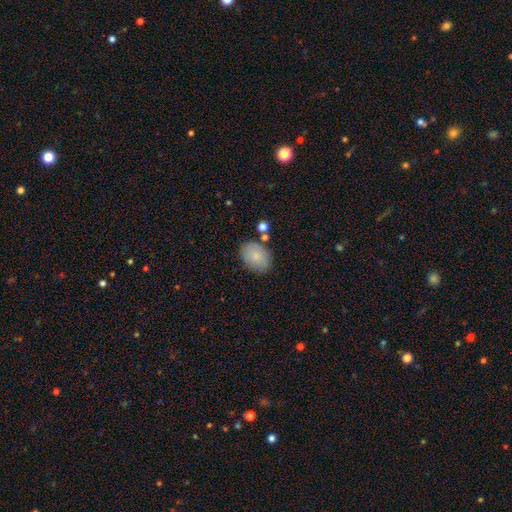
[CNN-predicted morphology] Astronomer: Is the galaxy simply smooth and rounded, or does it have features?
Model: smooth — 83%.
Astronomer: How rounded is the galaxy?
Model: in between — 76%.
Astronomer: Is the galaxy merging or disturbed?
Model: none — 78%.